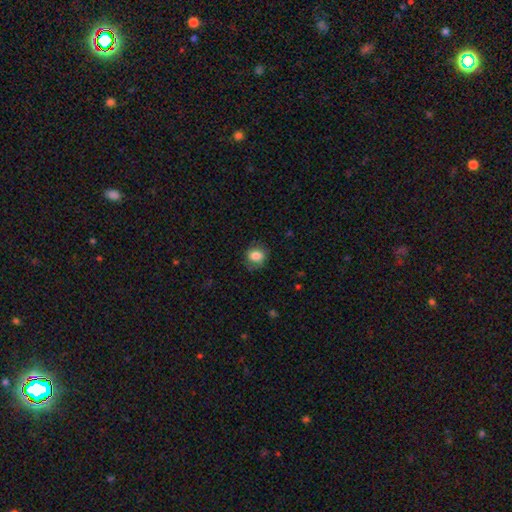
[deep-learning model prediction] Q: Smooth or featured?
A: smooth (83%); runner-up: star or artifact (9%)
Q: How rounded?
A: round (59%); runner-up: in between (40%)
Q: Merging?
A: none (73%); runner-up: minor disturbance (19%)